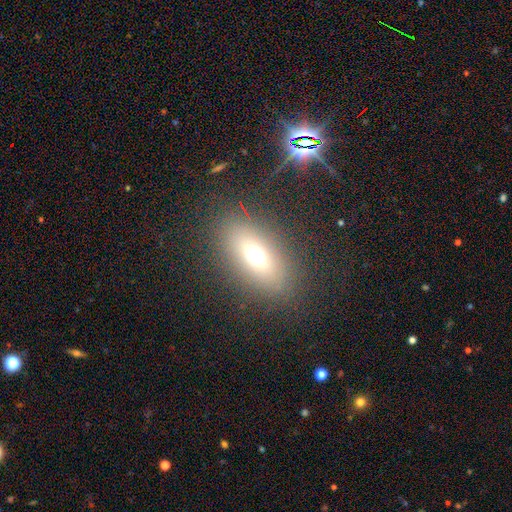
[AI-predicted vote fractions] This is possibly a smooth galaxy (59%). How rounded: likely in between (79%). Merging: clearly none (84%).